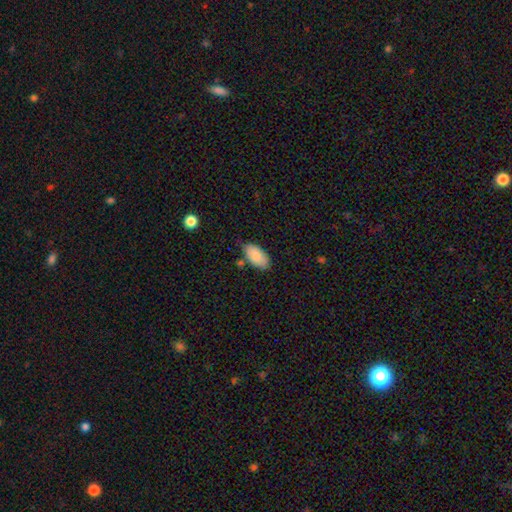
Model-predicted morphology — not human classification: A smooth galaxy with no disk features (86%) that is in between round and cigar-shaped (94%). Merging: none (69%).